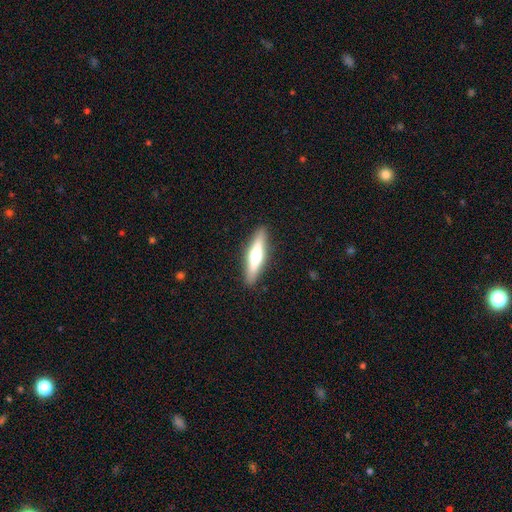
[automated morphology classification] Smooth or featured? featured or disk (50%)
Edge-on disk? yes (94%)
Merging? none (90%)